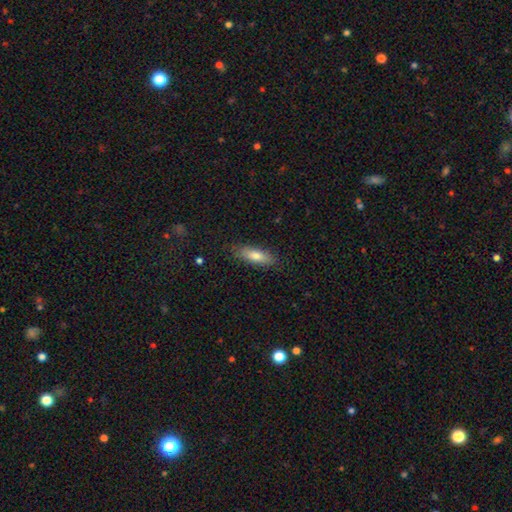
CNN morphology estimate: smooth-or-featured: smooth: 76% | featured or disk: 17% | star or artifact: 7%
  how-rounded: in between: 53% | cigar-shaped: 44% | round: 2%
  merging: none: 85% | minor disturbance: 12% | major disturbance: 3% | merger: 1%